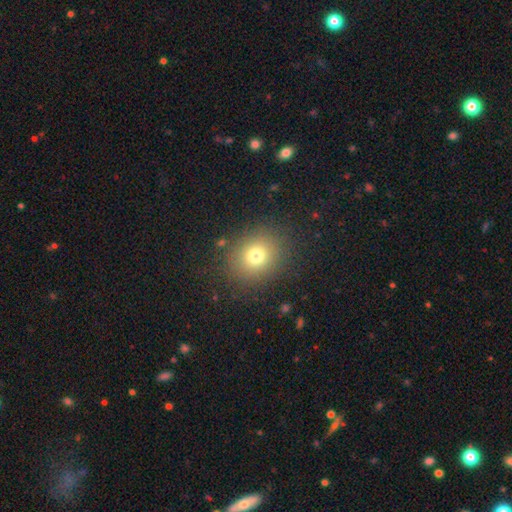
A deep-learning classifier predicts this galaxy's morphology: Smooth or featured: smooth — 74% (star or artifact — 16%)
How rounded: round — 74% (in between — 26%)
Merging: none — 85% (minor disturbance — 9%)